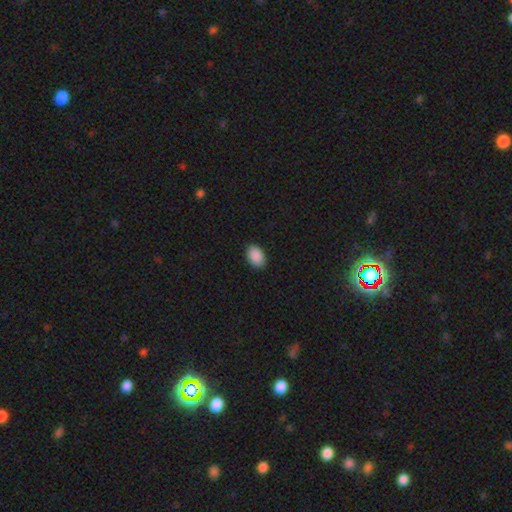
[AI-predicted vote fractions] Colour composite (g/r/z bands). It shows a smooth galaxy with no disk features (90%) that is in between round and cigar-shaped (88%). Merging: none (89%).